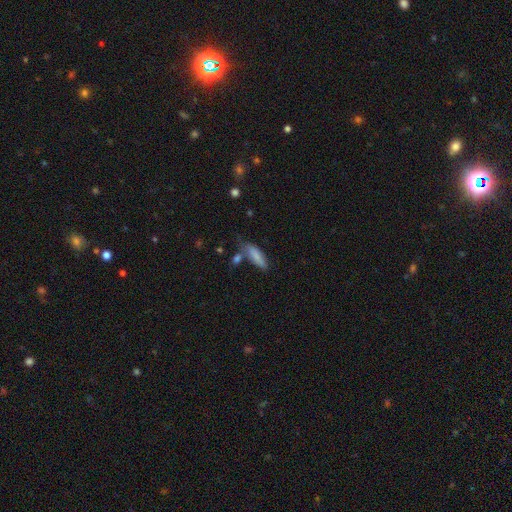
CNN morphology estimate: Smooth or featured?
  - smooth: 83% *
  - featured or disk: 10%
  - star or artifact: 7%
How rounded?
  - cigar-shaped: 49% * (tied)
  - in between: 49% * (tied)
  - round: 2%
Merging?
  - none: 57% *
  - minor disturbance: 25%
  - merger: 11%
  - major disturbance: 7%